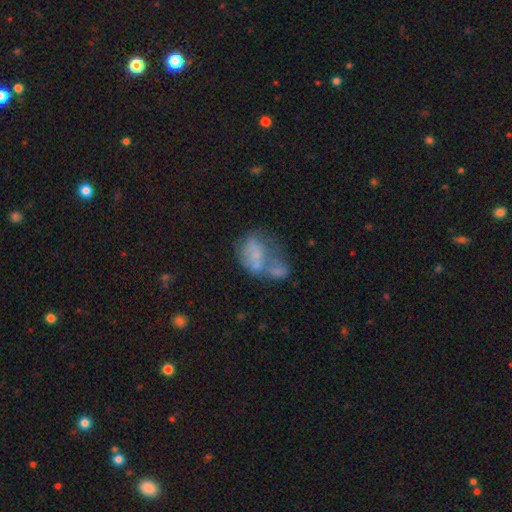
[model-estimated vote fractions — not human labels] Smooth or featured? Predicted: smooth (p=0.50). Merging? Predicted: merger (p=0.50).